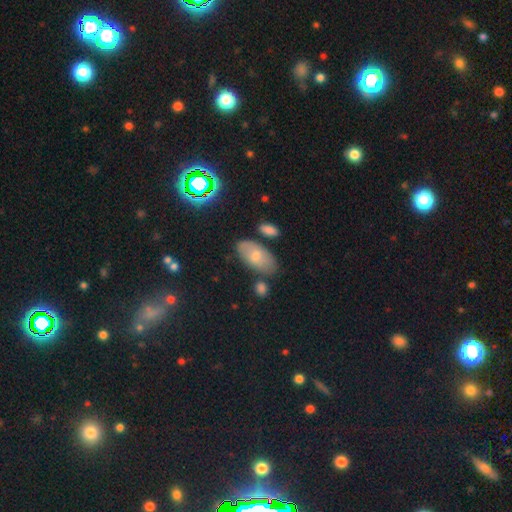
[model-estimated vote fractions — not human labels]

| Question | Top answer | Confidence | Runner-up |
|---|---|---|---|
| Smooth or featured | smooth | 67% | featured or disk (23%) |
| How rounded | in between | 92% | round (4%) |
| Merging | none | 70% | minor disturbance (18%) |